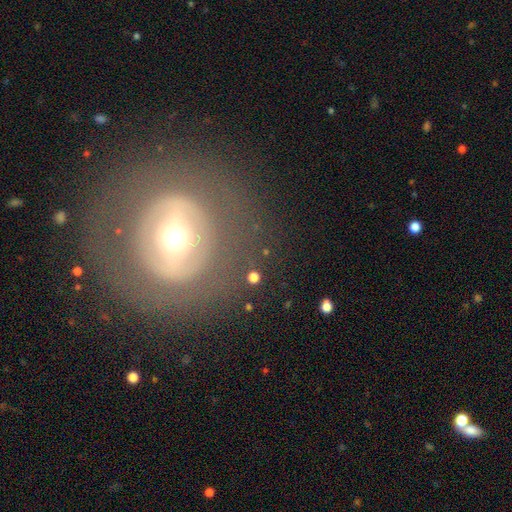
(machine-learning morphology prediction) type=featured or disk (57%); edge-on=no (92%); bar=no (39%); spiral arms=no (81%); bulge=moderate (62%); merging=none (80%).